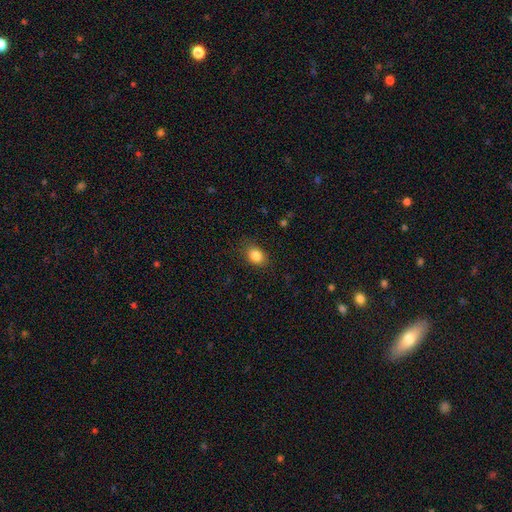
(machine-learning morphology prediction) Smooth or featured?
  - smooth: 85% *
  - star or artifact: 9%
  - featured or disk: 6%
How rounded?
  - in between: 68% *
  - round: 30%
  - cigar-shaped: 1%
Merging?
  - none: 82% *
  - minor disturbance: 13%
  - major disturbance: 4%
  - merger: 1%